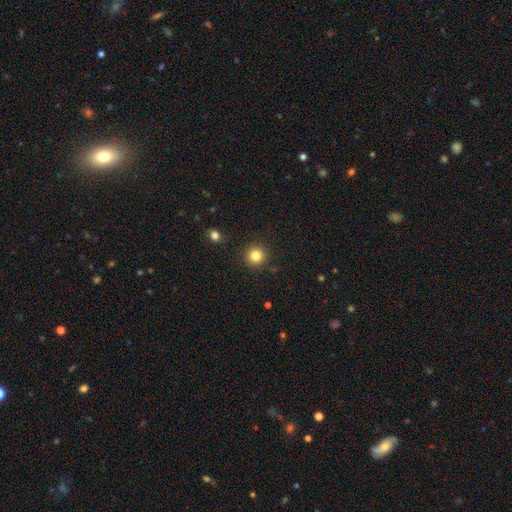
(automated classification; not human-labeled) smooth 83%, star or artifact 12%, featured or disk 5%. Down the decision tree: how rounded — round (94%); merging — none (91%).